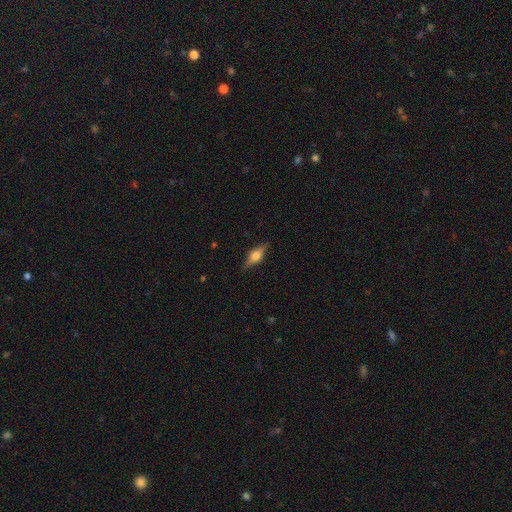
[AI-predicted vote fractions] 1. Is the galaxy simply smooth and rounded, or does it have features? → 62% featured or disk, 30% smooth, 8% star or artifact.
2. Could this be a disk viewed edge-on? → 95% yes, 5% no.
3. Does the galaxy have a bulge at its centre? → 91% rounded, 8% boxy, 2% none.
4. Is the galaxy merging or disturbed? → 85% none, 11% minor disturbance, 2% major disturbance, 1% merger.